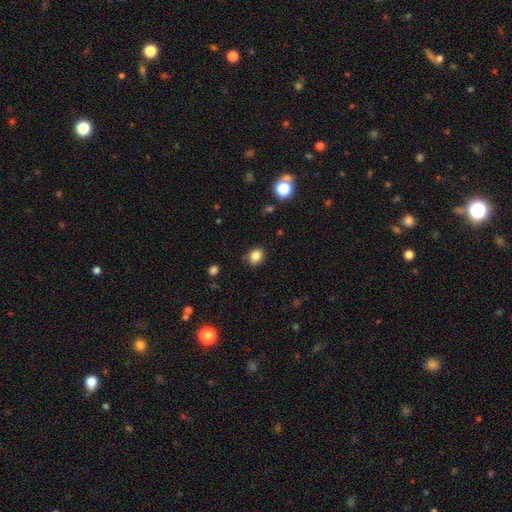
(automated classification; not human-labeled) smooth_or_featured: smooth (p=0.85) [alt: star or artifact p=0.11]
how_rounded: round (p=0.59) [alt: in between p=0.40]
merging: none (p=0.78) [alt: minor disturbance p=0.17]